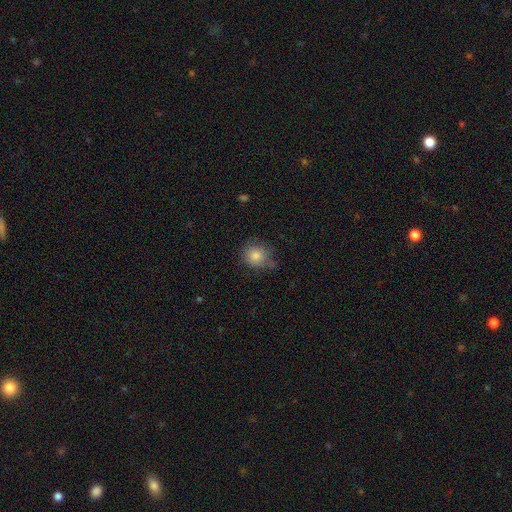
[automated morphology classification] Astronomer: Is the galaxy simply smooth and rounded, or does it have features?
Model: smooth — 83%.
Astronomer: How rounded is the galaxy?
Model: round — 89%.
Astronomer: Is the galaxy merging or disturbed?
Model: none — 71%.